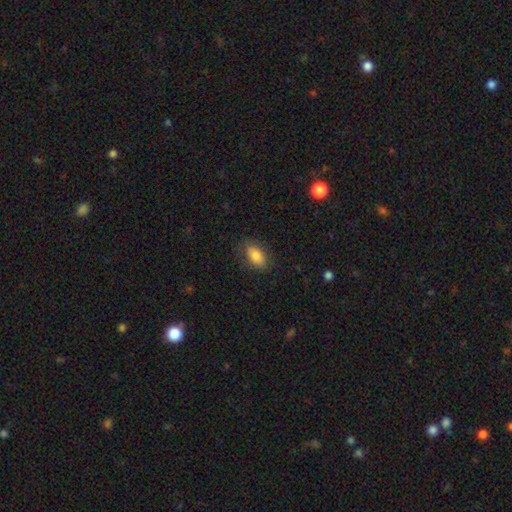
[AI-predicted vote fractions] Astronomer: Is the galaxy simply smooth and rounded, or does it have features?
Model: smooth — 84%.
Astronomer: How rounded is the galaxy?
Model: in between — 90%.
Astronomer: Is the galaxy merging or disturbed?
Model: none — 81%.